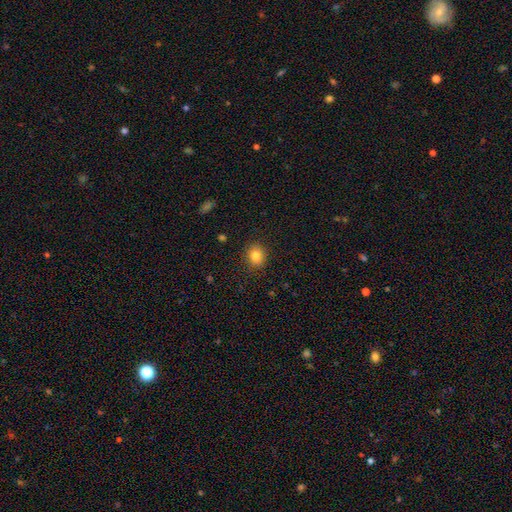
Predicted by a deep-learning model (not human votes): The model was most divided on "how rounded": round: 62%, in between: 37%, cigar-shaped: 1%. More confident: merging — none (88%); smooth or featured — smooth (83%).